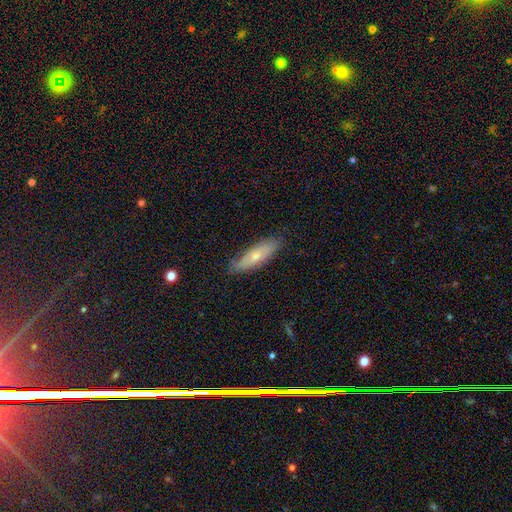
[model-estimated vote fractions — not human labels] Smooth or featured? Predicted: smooth (p=0.49). Merging? Predicted: none (p=0.82).